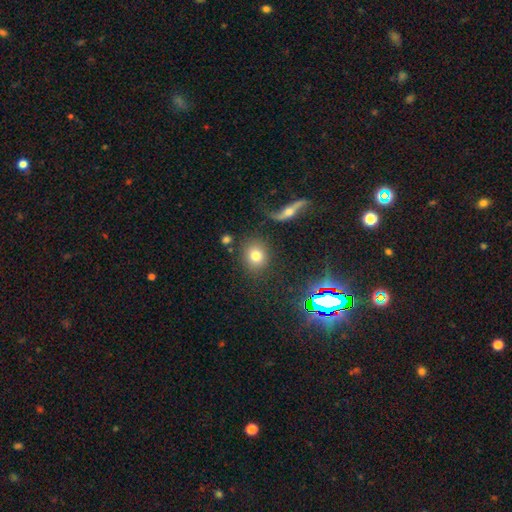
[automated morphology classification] Smooth or featured?
  - smooth: 76% *
  - star or artifact: 13%
  - featured or disk: 11%
How rounded?
  - round: 76% *
  - in between: 23%
  - cigar-shaped: 2%
Merging?
  - none: 82% *
  - minor disturbance: 10%
  - merger: 4%
  - major disturbance: 4%